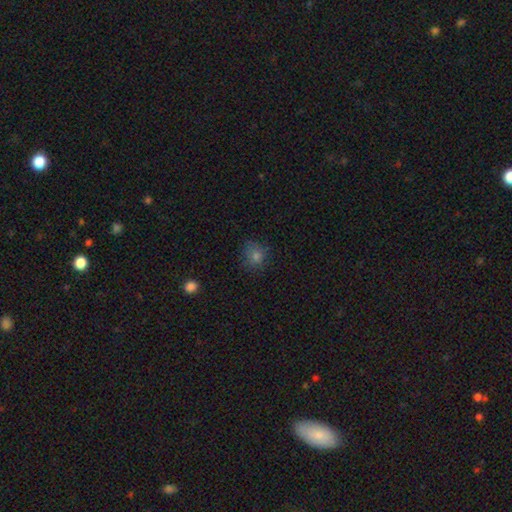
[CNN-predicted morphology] Smooth or featured? smooth (76%)
How rounded? round (85%)
Merging? none (80%)